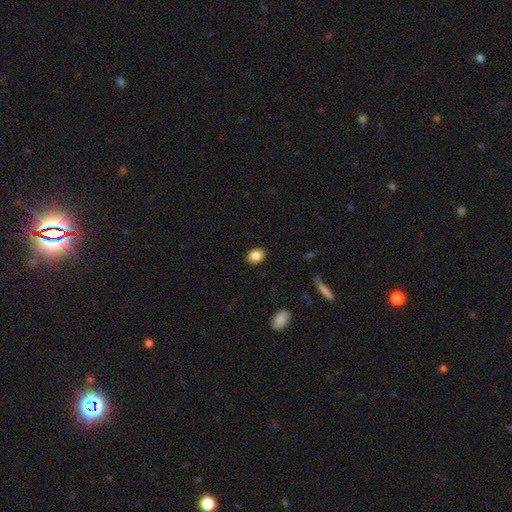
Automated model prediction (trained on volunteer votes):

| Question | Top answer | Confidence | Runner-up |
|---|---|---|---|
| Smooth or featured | smooth | 86% | star or artifact (8%) |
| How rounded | in between | 64% | round (34%) |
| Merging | none | 89% | minor disturbance (8%) |